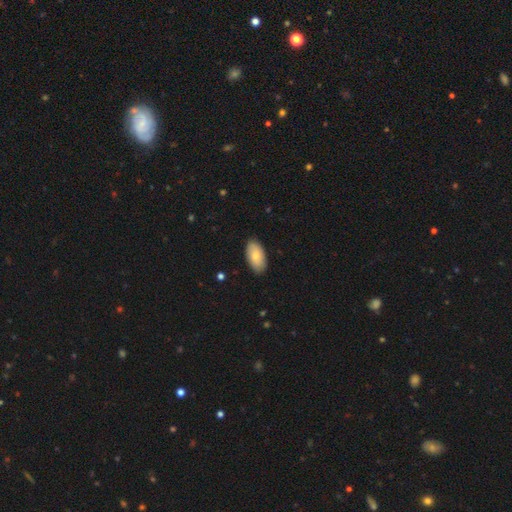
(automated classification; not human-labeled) Smooth or featured?
  - smooth: 80% *
  - featured or disk: 15%
  - star or artifact: 6%
How rounded?
  - in between: 95% *
  - cigar-shaped: 3%
  - round: 2%
Merging?
  - none: 87% *
  - minor disturbance: 10%
  - major disturbance: 2%
  - merger: 1%